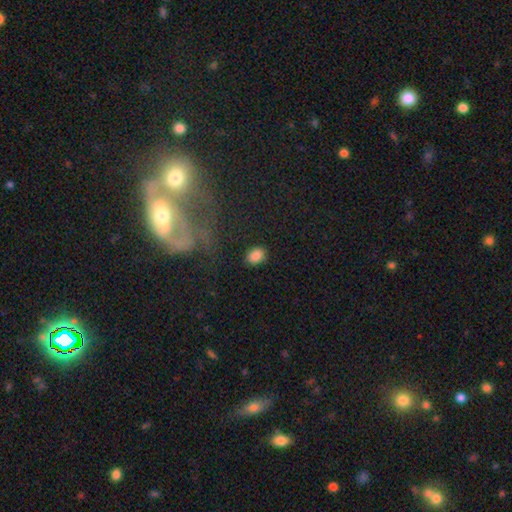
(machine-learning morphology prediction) Q: Smooth or featured?
A: smooth (85%); runner-up: star or artifact (10%)
Q: How rounded?
A: in between (66%); runner-up: round (33%)
Q: Merging?
A: none (85%); runner-up: minor disturbance (11%)